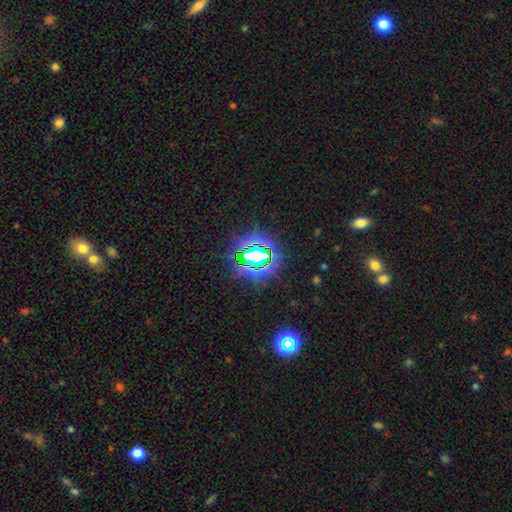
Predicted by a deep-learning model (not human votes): Q: Smooth or featured?
A: star or artifact (72%); runner-up: smooth (17%)